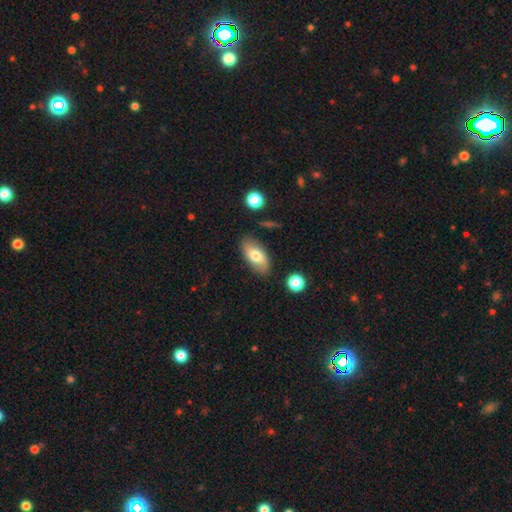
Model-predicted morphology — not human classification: A smooth galaxy with no disk features (71%) that is in between round and cigar-shaped (91%). Merging: none (81%).